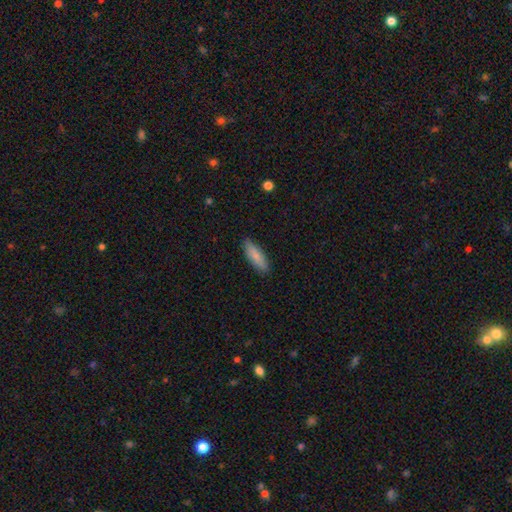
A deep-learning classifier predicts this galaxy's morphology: Smooth or featured?
  - smooth: 80% *
  - featured or disk: 14%
  - star or artifact: 6%
How rounded?
  - cigar-shaped: 51% *
  - in between: 47%
  - round: 2%
Merging?
  - none: 88% *
  - minor disturbance: 10%
  - major disturbance: 2%
  - merger: 1%